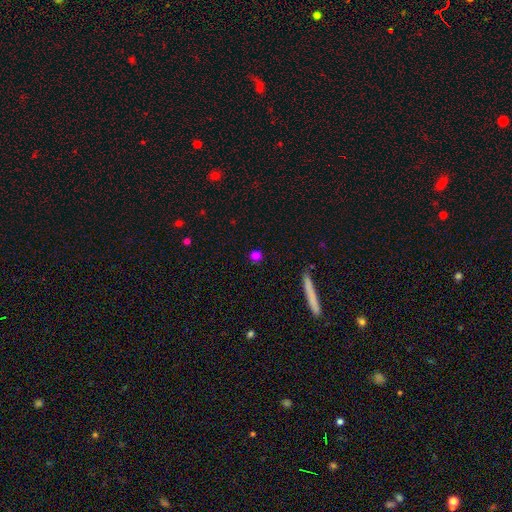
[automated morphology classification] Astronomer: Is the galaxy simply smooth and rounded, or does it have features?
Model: smooth — 81%.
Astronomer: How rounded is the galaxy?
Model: round — 81%.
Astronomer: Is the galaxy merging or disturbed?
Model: none — 87%.